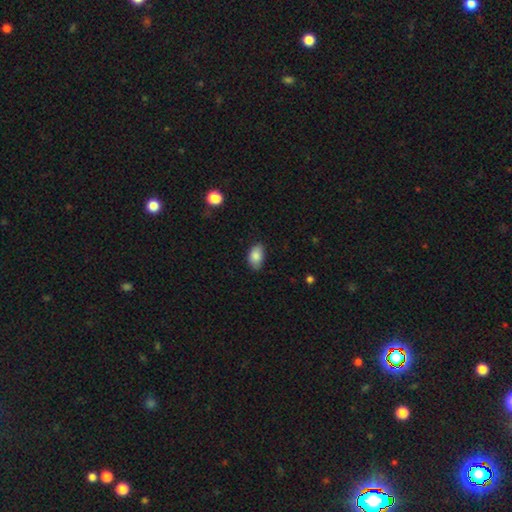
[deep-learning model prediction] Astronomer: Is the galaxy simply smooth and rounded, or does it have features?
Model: smooth — 86%.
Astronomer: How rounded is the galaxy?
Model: in between — 91%.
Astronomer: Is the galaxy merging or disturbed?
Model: none — 75%.